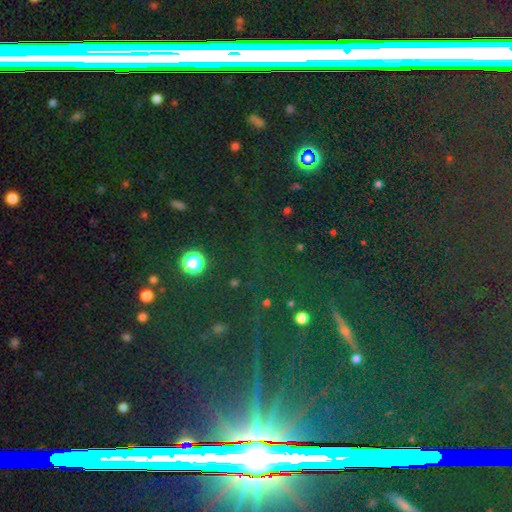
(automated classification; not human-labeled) star or artifact 76%, smooth 15%, featured or disk 9%.